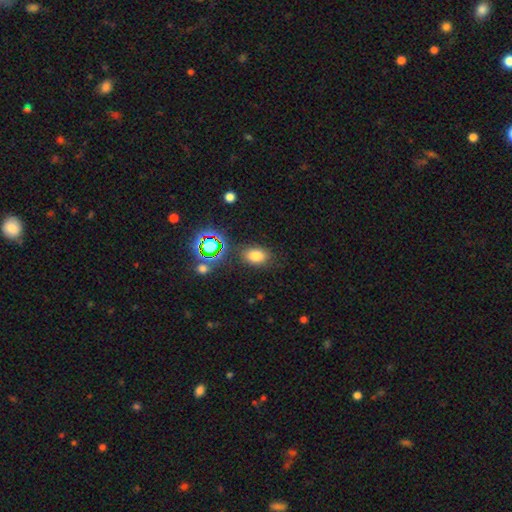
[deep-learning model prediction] smooth-or-featured: smooth: 73% | star or artifact: 18% | featured or disk: 8%
  how-rounded: in between: 76% | round: 22% | cigar-shaped: 1%
  merging: none: 80% | minor disturbance: 12% | major disturbance: 4% | merger: 4%